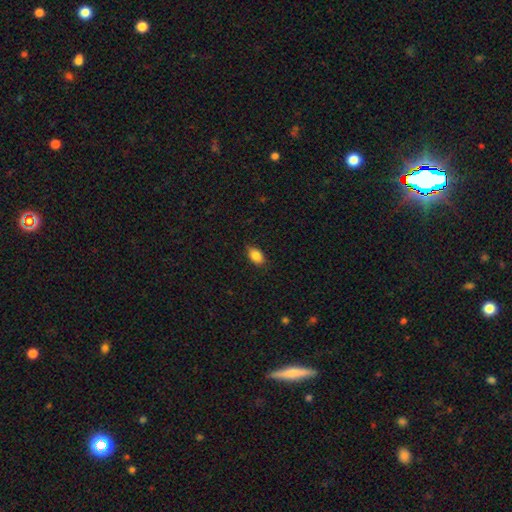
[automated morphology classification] A smooth galaxy with no disk features (85%) that is in between round and cigar-shaped (87%).

Vote fractions:
- Smooth or featured? smooth: 85% / star or artifact: 8% / featured or disk: 7%
- How rounded? in between: 87% / round: 10% / cigar-shaped: 3%
- Merging? none: 82% / minor disturbance: 14% / major disturbance: 3% / merger: 1%